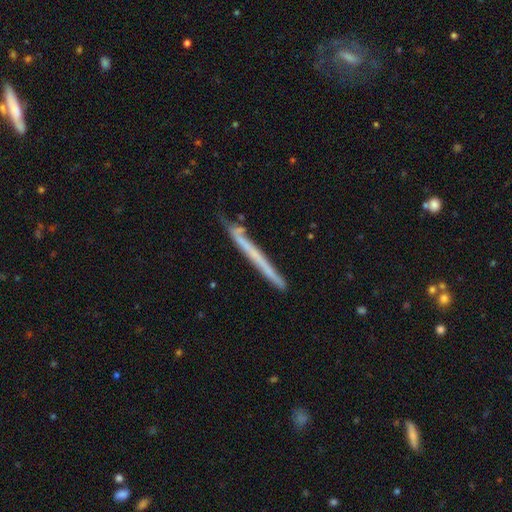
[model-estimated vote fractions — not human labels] Smooth or featured? Predicted: featured or disk (p=0.50). Edge-on disk? Predicted: yes (p=0.96). Merging? Predicted: none (p=0.81).